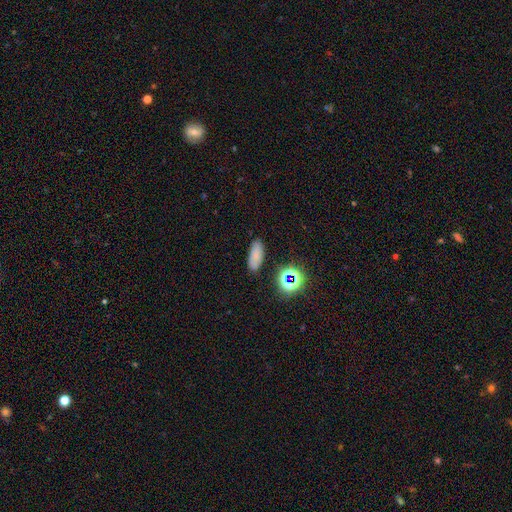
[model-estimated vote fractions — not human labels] smooth_or_featured: smooth (p=0.71) [alt: star or artifact p=0.19]
how_rounded: in between (p=0.76) [alt: cigar-shaped p=0.18]
merging: none (p=0.82) [alt: minor disturbance p=0.12]